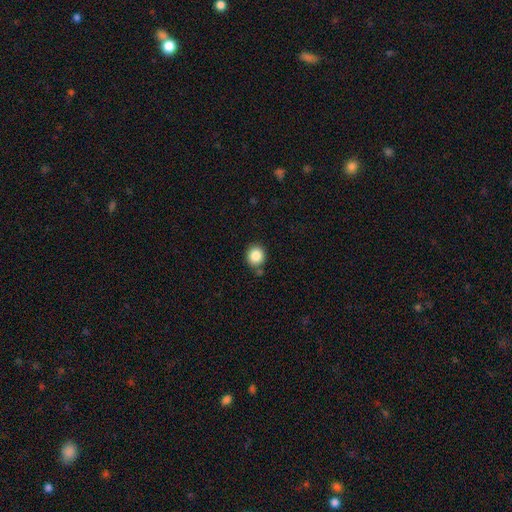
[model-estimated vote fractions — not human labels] This appears to be a smooth galaxy with no disk features (85%) that is round (87%). Merging: none (81%).